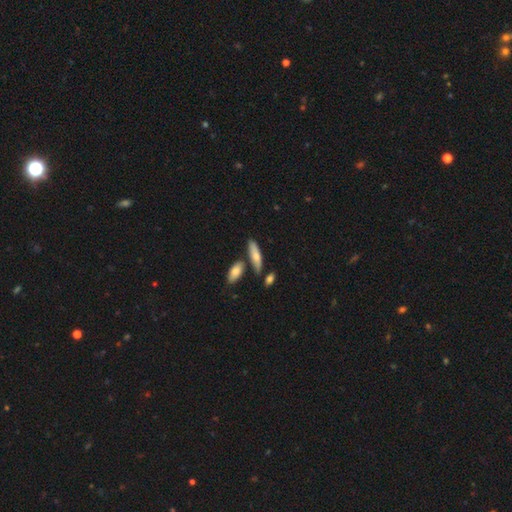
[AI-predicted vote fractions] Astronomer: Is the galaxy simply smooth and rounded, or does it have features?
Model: smooth — 68%.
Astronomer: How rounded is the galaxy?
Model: cigar-shaped — 53% (runner-up: in between, 44%).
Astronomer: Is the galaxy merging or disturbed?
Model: none — 68%.